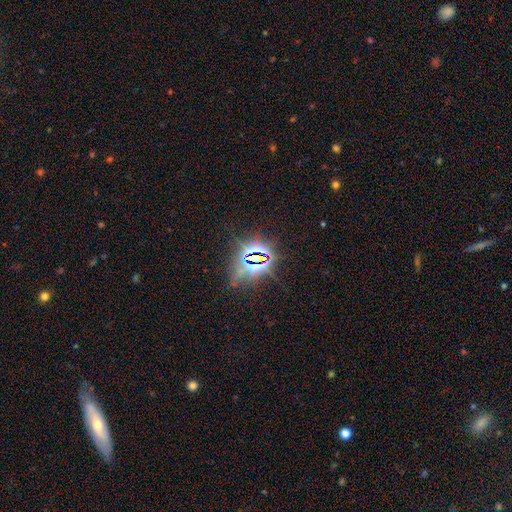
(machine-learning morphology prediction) Overall: star or artifact (78%).